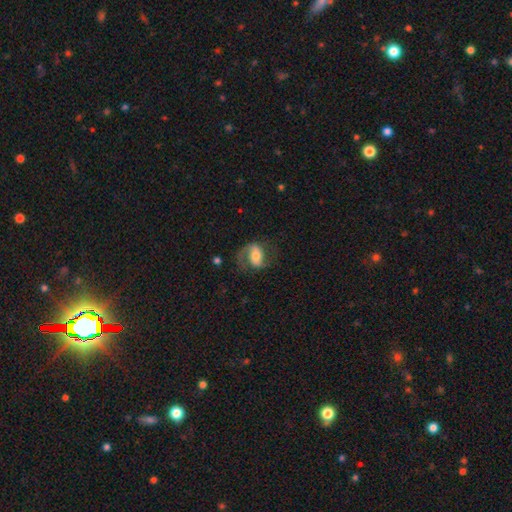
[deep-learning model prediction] Smooth or featured: featured or disk — 66% (smooth — 27%)
Edge-on disk: no — 96% (yes — 4%)
Bar: weak — 37% (strong — 34%)
Spiral arms: yes — 89% (no — 11%)
Spiral winding: medium — 47% (loose — 36%)
Spiral arm count: 2 — 75% (1 — 17%)
Bulge size: moderate — 54% (small — 22%)
Merging: none — 58% (minor disturbance — 20%)